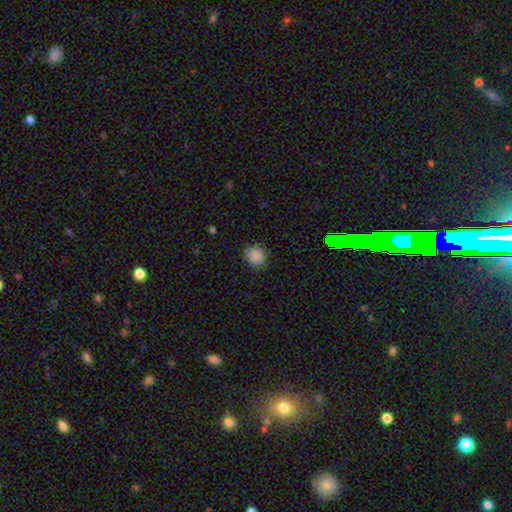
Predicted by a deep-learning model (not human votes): A smooth galaxy with no disk features (87%) that is round (86%). Merging: none (86%).